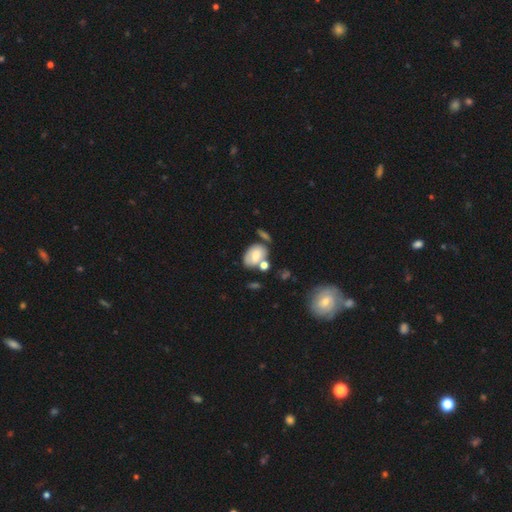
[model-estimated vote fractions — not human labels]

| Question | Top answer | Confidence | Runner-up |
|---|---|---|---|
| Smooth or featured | smooth | 66% | featured or disk (25%) |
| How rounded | in between | 78% | round (20%) |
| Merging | none | 48% | merger (23%) |